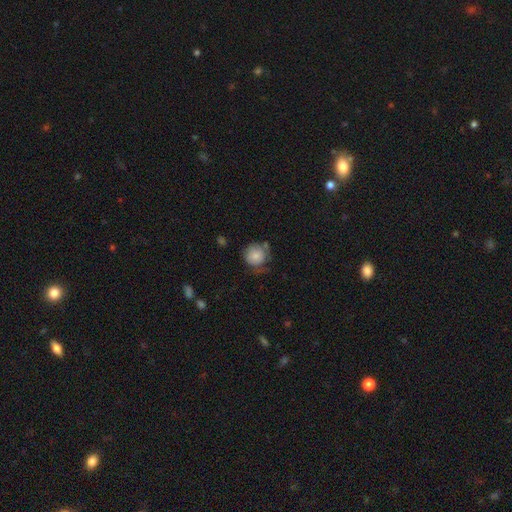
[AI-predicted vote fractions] Overall: smooth (77%). How rounded: round (91%). Merging: none (52%; minor disturbance 29%).